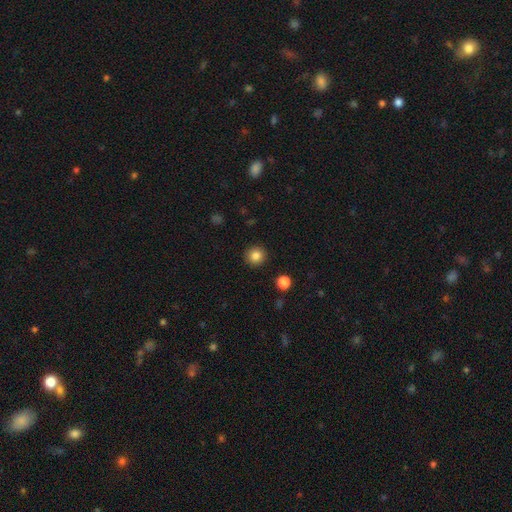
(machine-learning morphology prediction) Smooth or featured?
  - smooth: 84% *
  - star or artifact: 11%
  - featured or disk: 5%
How rounded?
  - round: 94% *
  - in between: 5%
  - cigar-shaped: 1%
Merging?
  - none: 92% *
  - minor disturbance: 5%
  - major disturbance: 2%
  - merger: 1%